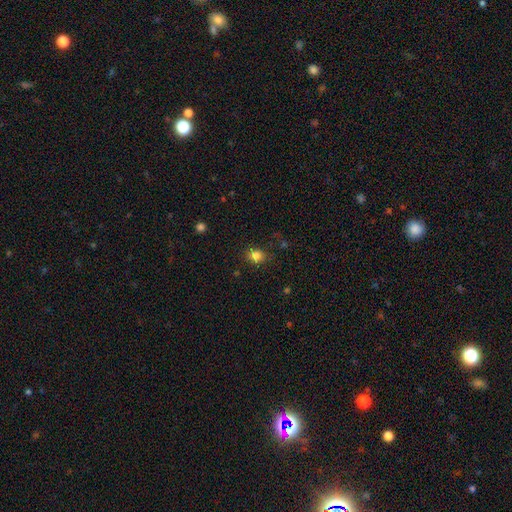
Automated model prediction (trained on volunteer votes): Smooth or featured? smooth (83%)
How rounded? round (66%)
Merging? none (83%)